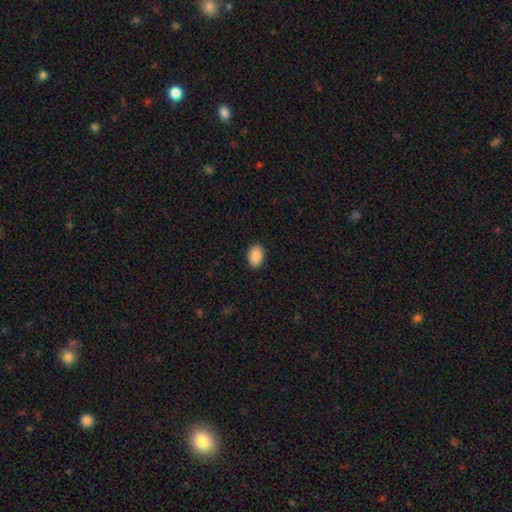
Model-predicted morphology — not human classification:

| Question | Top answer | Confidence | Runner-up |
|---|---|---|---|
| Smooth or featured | smooth | 90% | star or artifact (7%) |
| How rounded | in between | 88% | round (11%) |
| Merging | none | 90% | minor disturbance (7%) |